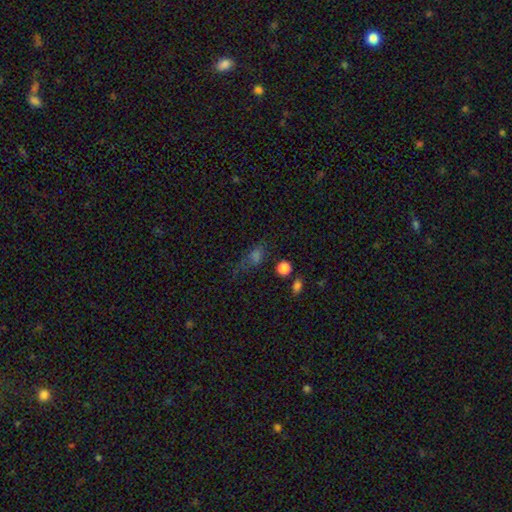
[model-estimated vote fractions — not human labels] Smooth or featured?
  - smooth: 56% *
  - star or artifact: 30%
  - featured or disk: 14%
How rounded?
  - in between: 61% *
  - round: 26%
  - cigar-shaped: 13%
Merging?
  - none: 47% *
  - minor disturbance: 24%
  - major disturbance: 22%
  - merger: 7%